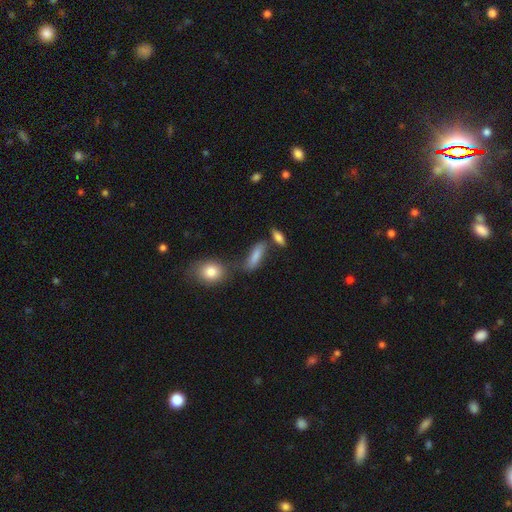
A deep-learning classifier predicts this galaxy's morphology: smooth_or_featured: smooth (p=0.79) [alt: featured or disk p=0.13]
how_rounded: in between (p=0.53) [alt: cigar-shaped p=0.43]
merging: none (p=0.58) [alt: minor disturbance p=0.19]